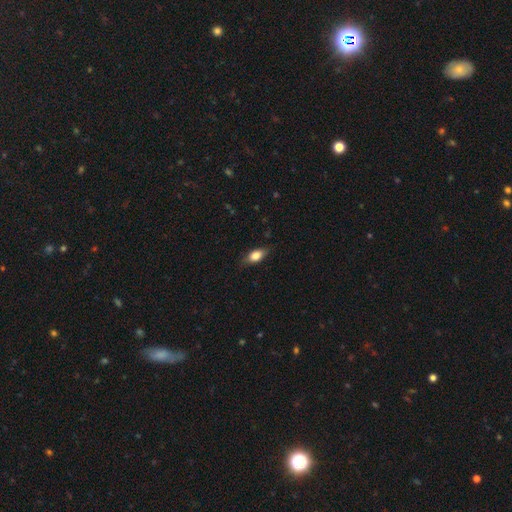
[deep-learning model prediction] This is likely a smooth galaxy (75%). How rounded: clearly in between (81%). Merging: likely none (77%).